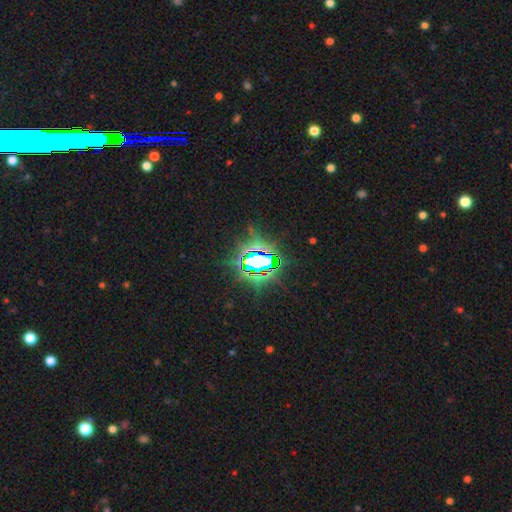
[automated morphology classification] Overall: star or artifact (78%).